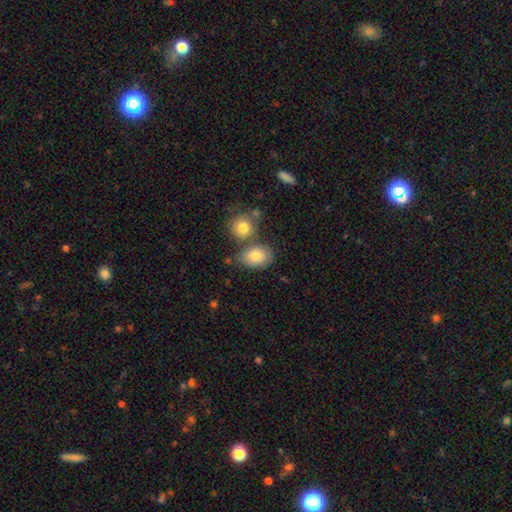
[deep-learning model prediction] Smooth or featured?
  - smooth: 83% *
  - featured or disk: 10%
  - star or artifact: 8%
How rounded?
  - in between: 76% *
  - round: 22%
  - cigar-shaped: 1%
Merging?
  - none: 55% *
  - merger: 26%
  - minor disturbance: 14%
  - major disturbance: 5%